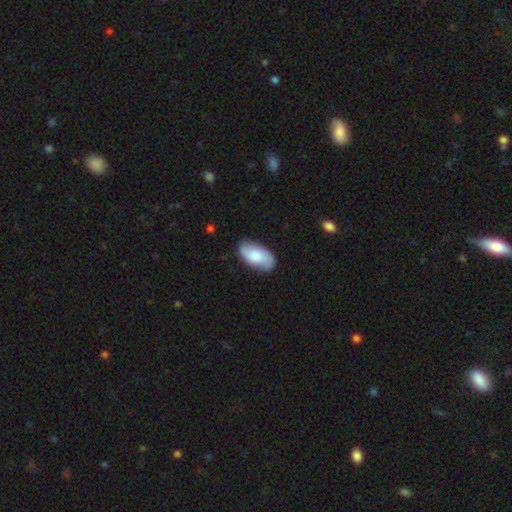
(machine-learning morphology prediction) type=smooth (71%); roundness=in between (95%); merging=none (81%).